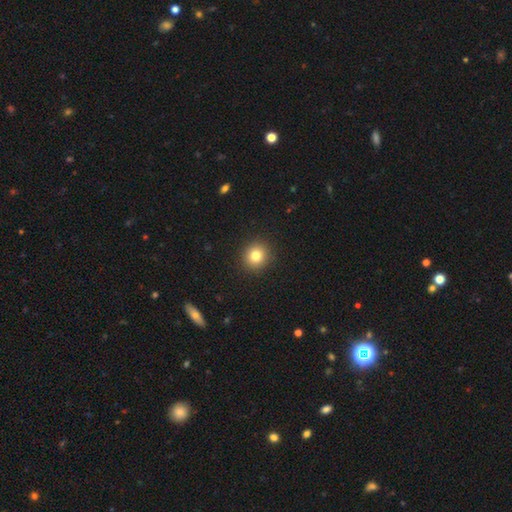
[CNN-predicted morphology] This appears to be a smooth galaxy with no disk features (81%) that is round (90%). Merging: none (92%).